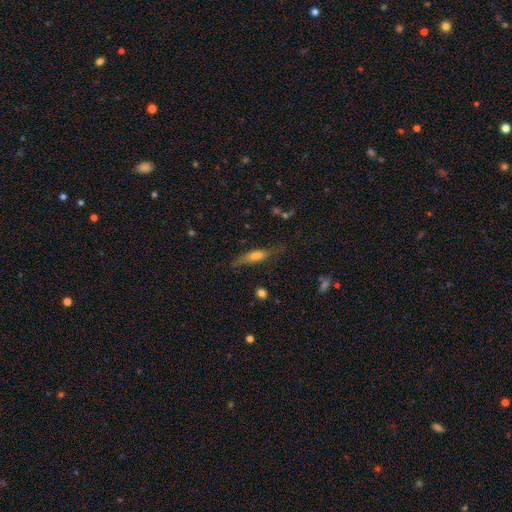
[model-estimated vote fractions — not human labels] A smooth galaxy with no disk features (52%) that is cigar-shaped (68%).

Vote fractions:
- Smooth or featured? smooth: 52% / featured or disk: 38% / star or artifact: 10%
- How rounded? cigar-shaped: 68% / in between: 29% / round: 3%
- Merging? none: 69% / minor disturbance: 21% / major disturbance: 8% / merger: 2%